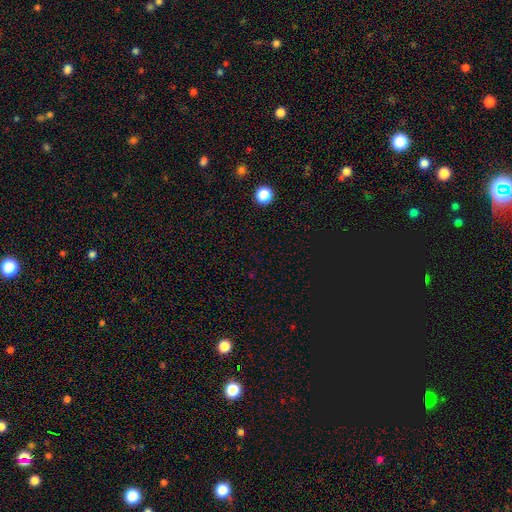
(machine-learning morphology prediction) smooth-or-featured: star or artifact: 63% | smooth: 31% | featured or disk: 6%